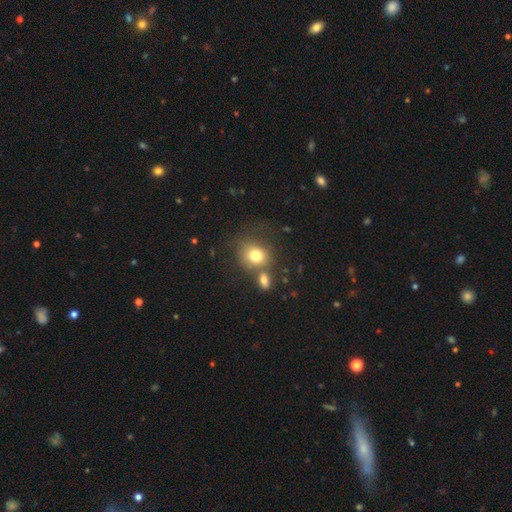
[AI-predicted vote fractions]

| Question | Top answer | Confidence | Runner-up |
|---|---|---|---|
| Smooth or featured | smooth | 77% | featured or disk (12%) |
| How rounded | round | 68% | in between (31%) |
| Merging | none | 51% | merger (29%) |